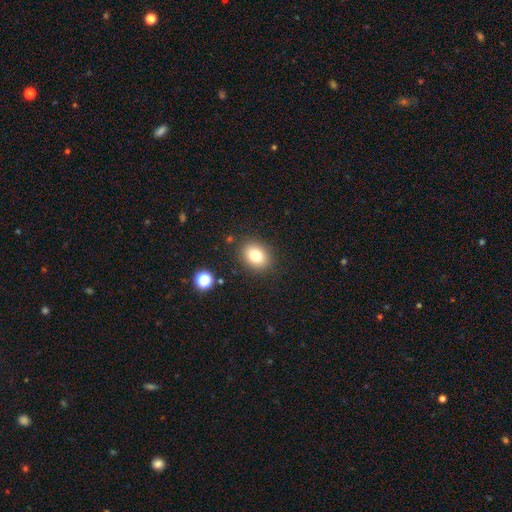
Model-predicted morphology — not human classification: This is likely a smooth galaxy (79%). How rounded: possibly in between (53%). Merging: clearly none (86%).